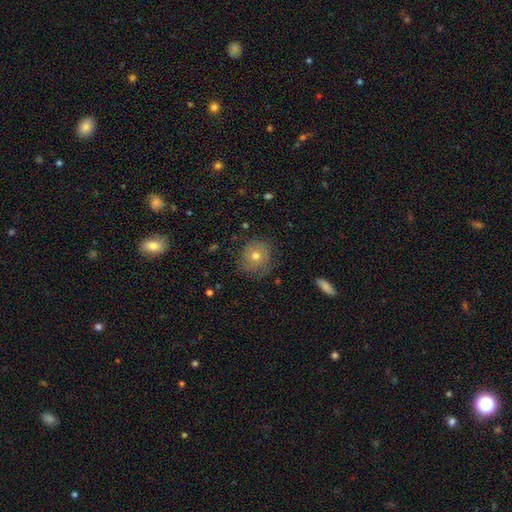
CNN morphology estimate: The model was most divided on "smooth or featured": smooth: 69%, featured or disk: 19%, star or artifact: 11%. More confident: how rounded — round (86%); merging — none (76%).